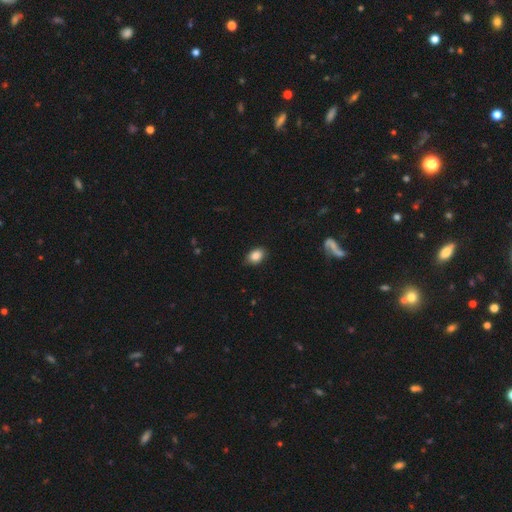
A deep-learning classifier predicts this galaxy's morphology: smooth 85%, star or artifact 9%, featured or disk 6%. Down the decision tree: how rounded — in between (79%); merging — none (82%).